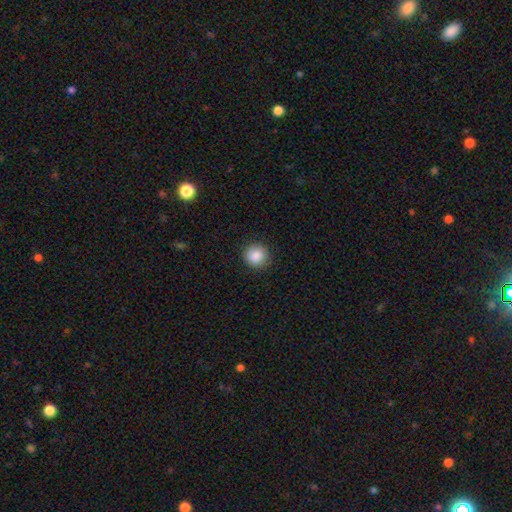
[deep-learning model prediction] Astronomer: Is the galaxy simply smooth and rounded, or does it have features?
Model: smooth — 86%.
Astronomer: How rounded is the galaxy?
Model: round — 90%.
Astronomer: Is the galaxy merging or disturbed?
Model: none — 89%.